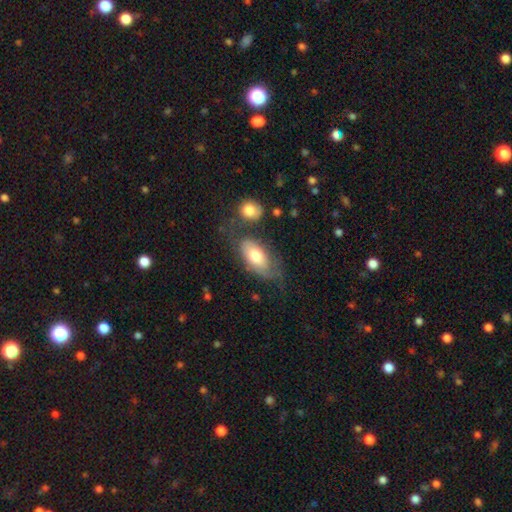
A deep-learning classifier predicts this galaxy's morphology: This appears to be a smooth galaxy with no disk features (64%) that is in between round and cigar-shaped (91%). Merging: none (47%).